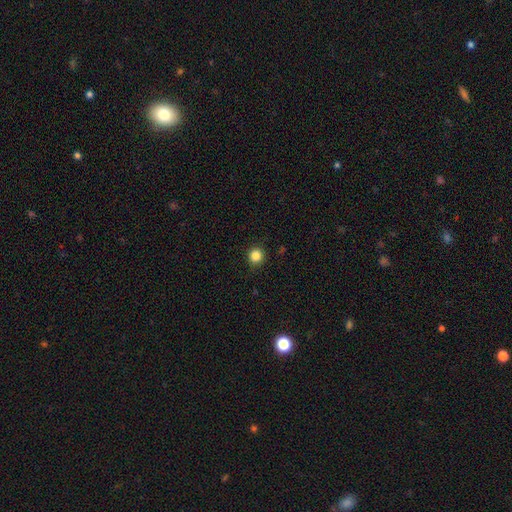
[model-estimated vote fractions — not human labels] The model was most divided on "smooth or featured": smooth: 85%, star or artifact: 12%, featured or disk: 4%. More confident: how rounded — round (93%); merging — none (91%).